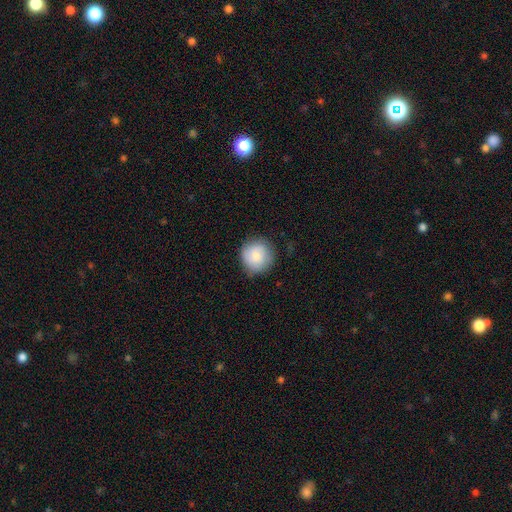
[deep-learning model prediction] smooth_or_featured: smooth (p=0.81) [alt: featured or disk p=0.12]
how_rounded: round (p=0.93) [alt: in between p=0.06]
merging: none (p=0.81) [alt: minor disturbance p=0.15]